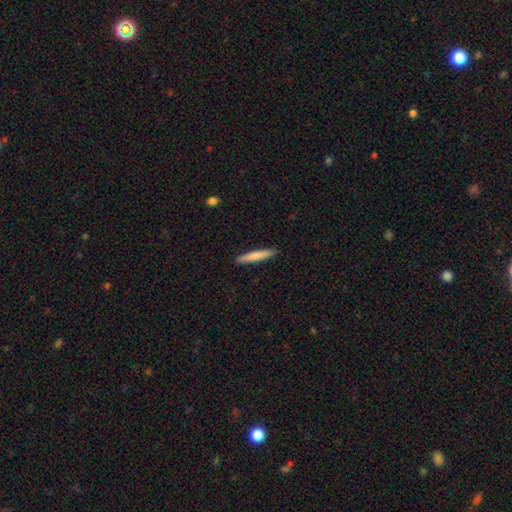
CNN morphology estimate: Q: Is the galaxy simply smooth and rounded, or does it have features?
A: smooth — 77%.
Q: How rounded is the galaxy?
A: cigar-shaped — 94%.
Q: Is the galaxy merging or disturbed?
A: none — 91%.